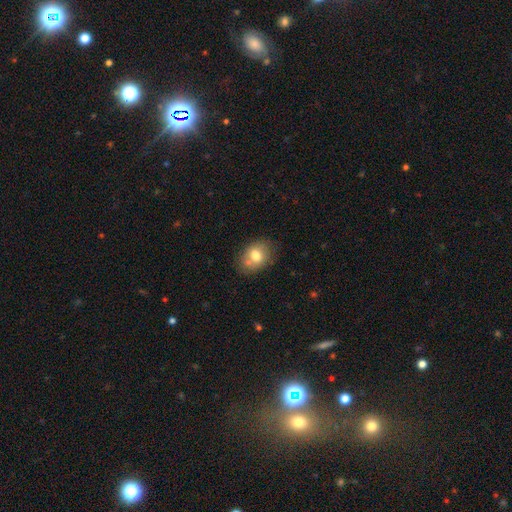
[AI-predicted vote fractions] Smooth or featured? smooth (74%)
How rounded? in between (66%)
Merging? none (61%)